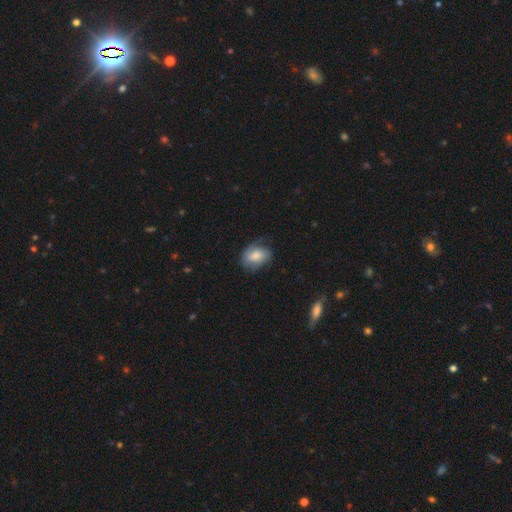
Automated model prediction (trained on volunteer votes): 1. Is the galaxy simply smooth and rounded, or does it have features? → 66% smooth, 27% featured or disk, 7% star or artifact.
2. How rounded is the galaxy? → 74% in between, 24% round, 1% cigar-shaped.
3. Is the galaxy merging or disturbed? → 57% none, 29% minor disturbance, 12% major disturbance, 1% merger.